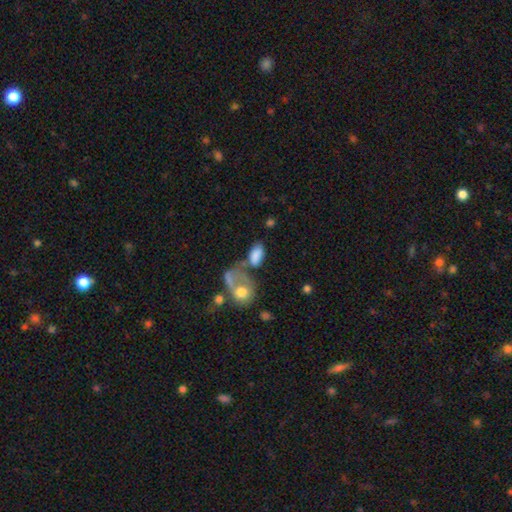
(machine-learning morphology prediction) Q: Smooth or featured?
A: smooth (77%); runner-up: featured or disk (14%)
Q: How rounded?
A: in between (90%); runner-up: round (7%)
Q: Merging?
A: merger (34%); runner-up: none (31%)